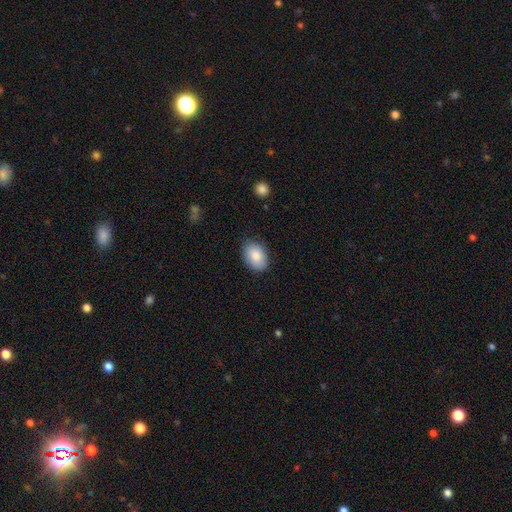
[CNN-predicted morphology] Smooth or featured?
  - smooth: 86% *
  - featured or disk: 7%
  - star or artifact: 7%
How rounded?
  - in between: 84% *
  - round: 15%
  - cigar-shaped: 1%
Merging?
  - none: 83% *
  - minor disturbance: 13%
  - major disturbance: 3%
  - merger: 1%